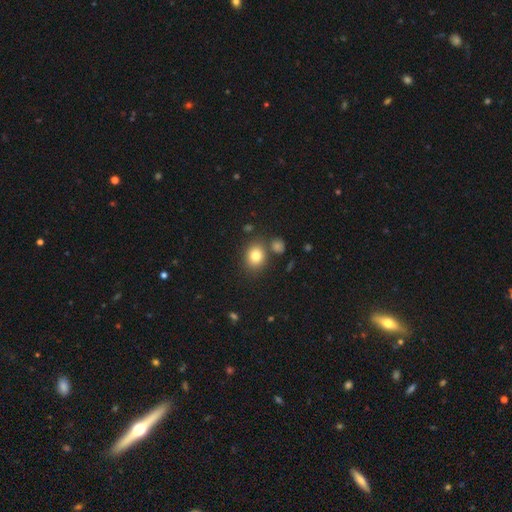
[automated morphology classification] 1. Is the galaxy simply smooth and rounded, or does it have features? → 81% smooth, 11% star or artifact, 8% featured or disk.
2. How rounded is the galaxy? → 62% round, 37% in between, 1% cigar-shaped.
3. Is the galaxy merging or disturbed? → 75% none, 11% merger, 11% minor disturbance, 3% major disturbance.